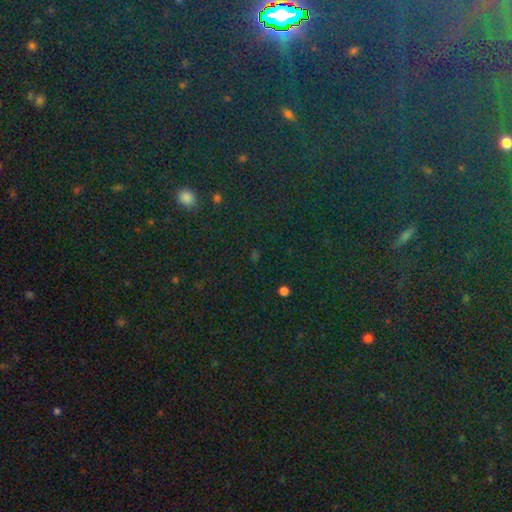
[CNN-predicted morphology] The model was most divided on "smooth or featured": star or artifact: 78%, smooth: 14%, featured or disk: 8%.